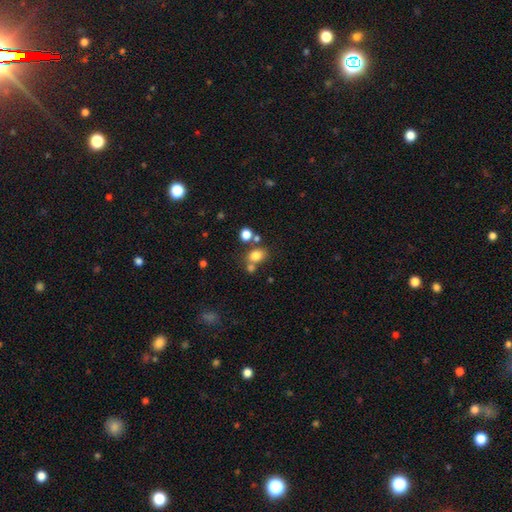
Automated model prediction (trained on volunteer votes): smooth_or_featured: smooth (p=0.78) [alt: star or artifact p=0.14]
how_rounded: in between (p=0.52) [alt: round p=0.47]
merging: none (p=0.58) [alt: merger p=0.25]